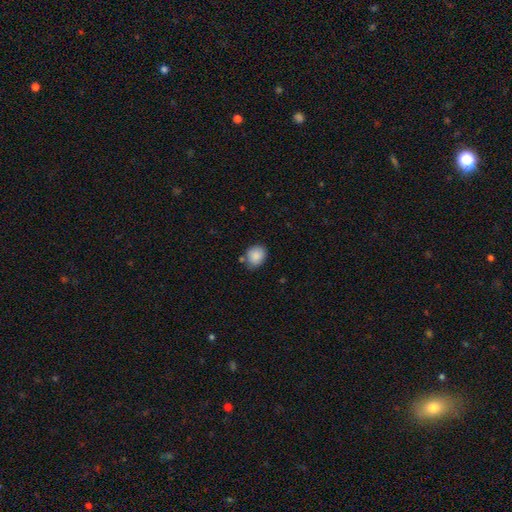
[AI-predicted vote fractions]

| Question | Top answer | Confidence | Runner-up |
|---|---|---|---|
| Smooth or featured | smooth | 87% | star or artifact (8%) |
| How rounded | round | 63% | in between (36%) |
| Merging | none | 70% | minor disturbance (19%) |